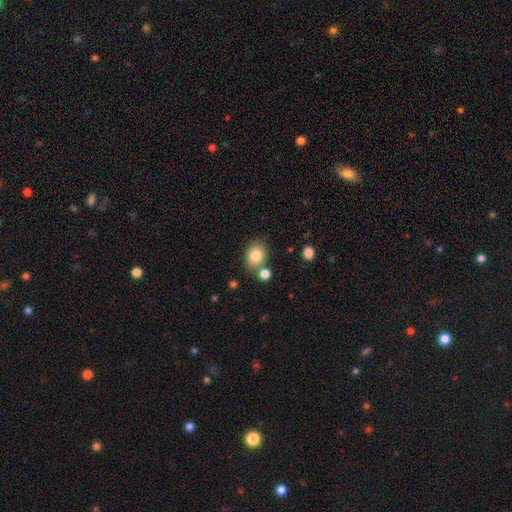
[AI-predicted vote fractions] Smooth or featured? smooth (82%)
How rounded? round (51%)
Merging? none (69%)